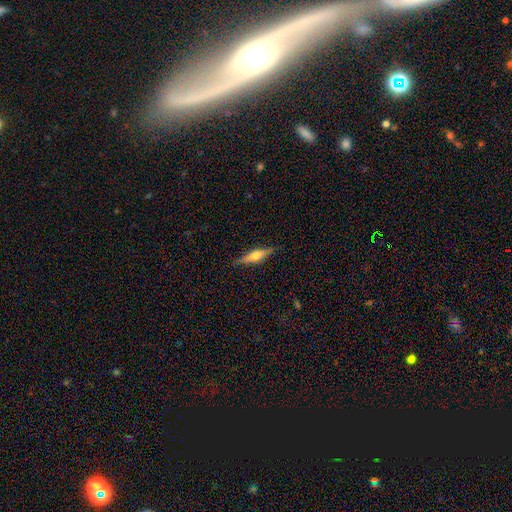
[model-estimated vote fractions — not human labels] featured or disk 60%, smooth 34%, star or artifact 6%. Down the decision tree: edge-on disk — yes (96%); edge-on bulge — rounded (90%); merging — none (87%).